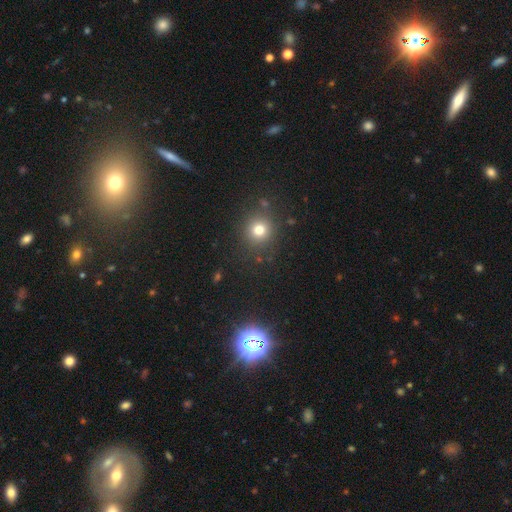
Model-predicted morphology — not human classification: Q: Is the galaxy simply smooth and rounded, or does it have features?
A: smooth — 55%.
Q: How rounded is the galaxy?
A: round — 90%.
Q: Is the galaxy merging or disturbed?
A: none — 87%.